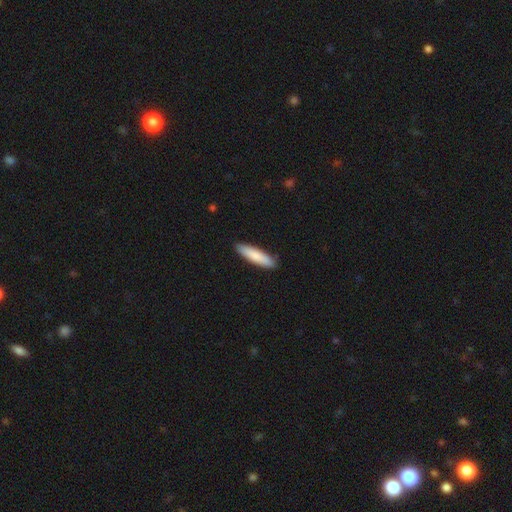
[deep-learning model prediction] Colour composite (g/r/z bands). It shows a smooth galaxy with no disk features (82%) that is cigar-shaped (75%). Merging: none (88%).